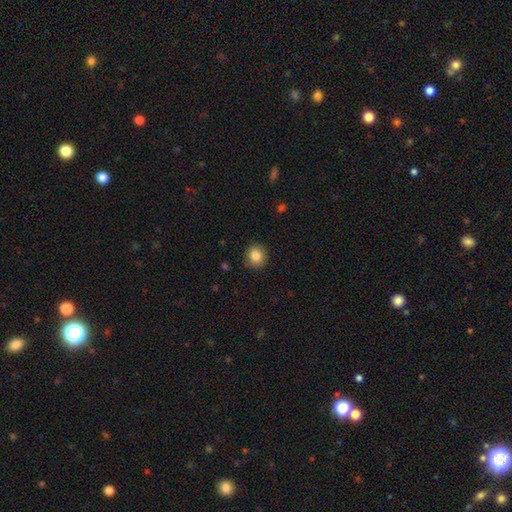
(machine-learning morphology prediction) The model was most divided on "smooth or featured": smooth: 84%, star or artifact: 9%, featured or disk: 6%. More confident: merging — none (90%); how rounded — round (89%).